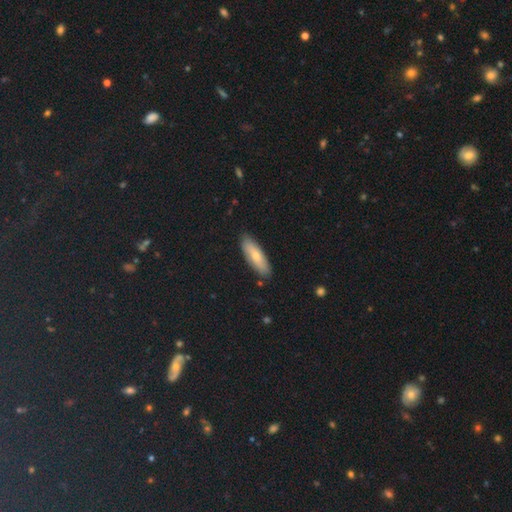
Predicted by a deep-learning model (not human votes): Smooth or featured: smooth — 70% (featured or disk — 24%)
How rounded: in between — 50% (cigar-shaped — 48%)
Merging: none — 86% (minor disturbance — 10%)